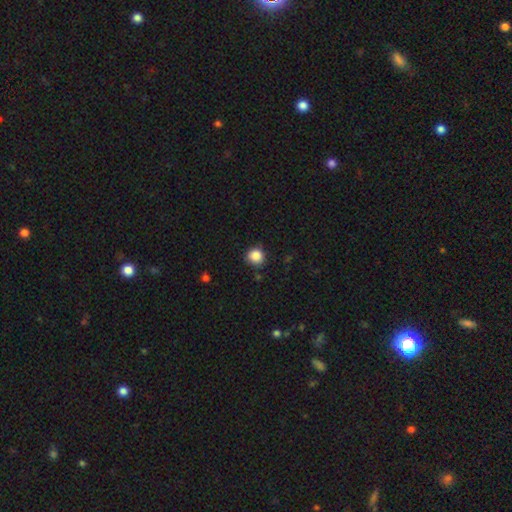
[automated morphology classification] A smooth galaxy with no disk features (87%) that is round (90%).

Vote fractions:
- Smooth or featured? smooth: 87% / star or artifact: 10% / featured or disk: 3%
- How rounded? round: 90% / in between: 9% / cigar-shaped: 1%
- Merging? none: 86% / minor disturbance: 10% / major disturbance: 2% / merger: 2%